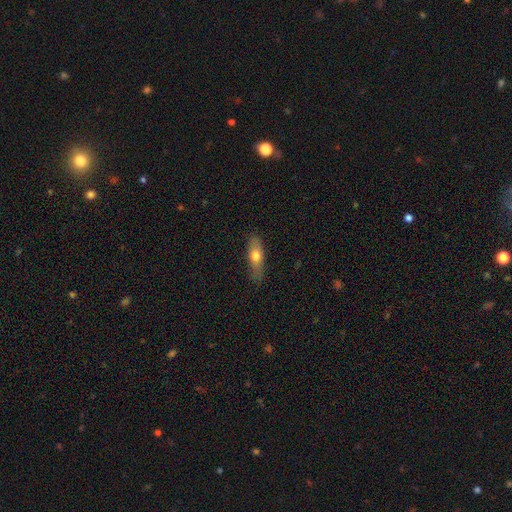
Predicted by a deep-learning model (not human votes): Smooth or featured? smooth (64%)
How rounded? in between (52%)
Merging? none (72%)